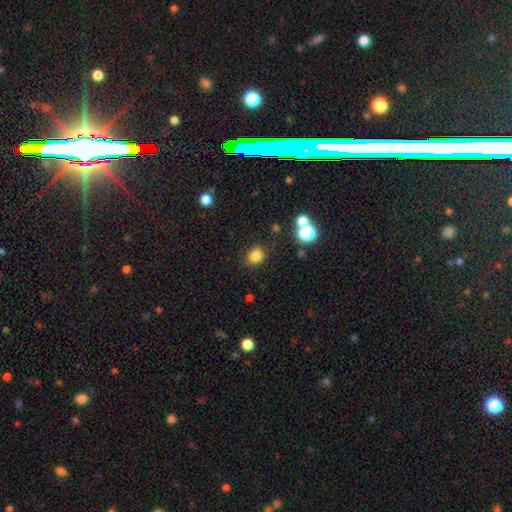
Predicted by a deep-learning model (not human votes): The model was most divided on "how rounded": round: 68%, in between: 31%, cigar-shaped: 1%. More confident: merging — none (84%); smooth or featured — smooth (81%).